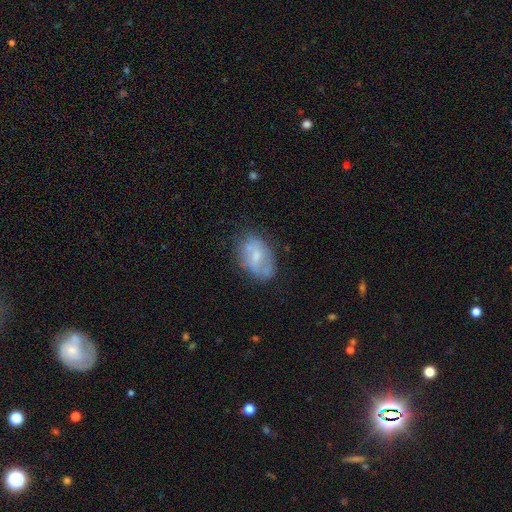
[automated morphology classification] smooth 46% (tied), featured or disk 46% (tied), star or artifact 8%. Down the decision tree: merging — none (61%).